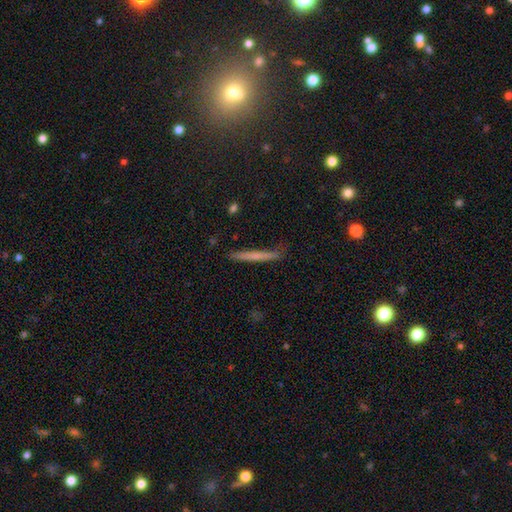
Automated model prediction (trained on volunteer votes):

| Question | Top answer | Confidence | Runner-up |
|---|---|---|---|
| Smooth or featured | smooth | 59% | featured or disk (34%) |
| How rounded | cigar-shaped | 96% | in between (2%) |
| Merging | none | 81% | minor disturbance (14%) |